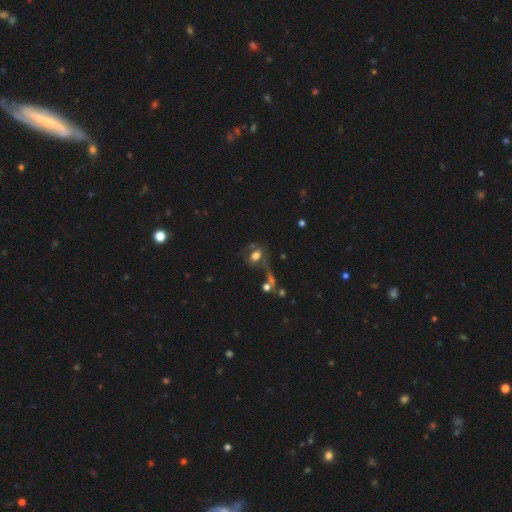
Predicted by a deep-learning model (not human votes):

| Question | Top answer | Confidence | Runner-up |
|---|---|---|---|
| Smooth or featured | smooth | 59% | featured or disk (25%) |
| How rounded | in between | 53% | round (44%) |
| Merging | none | 39% | major disturbance (24%) |